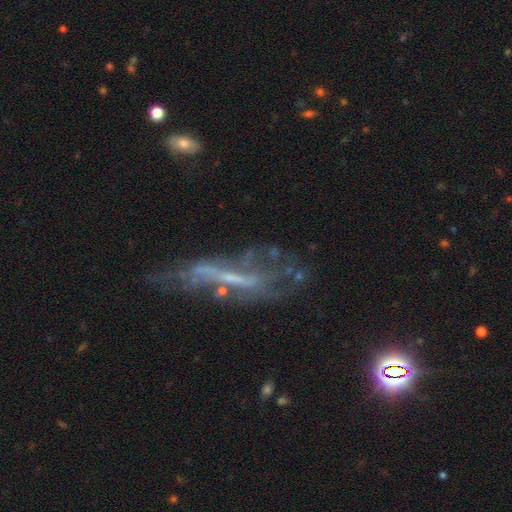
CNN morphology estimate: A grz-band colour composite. It shows a featured or disk galaxy (64%). Merging: none (47%).